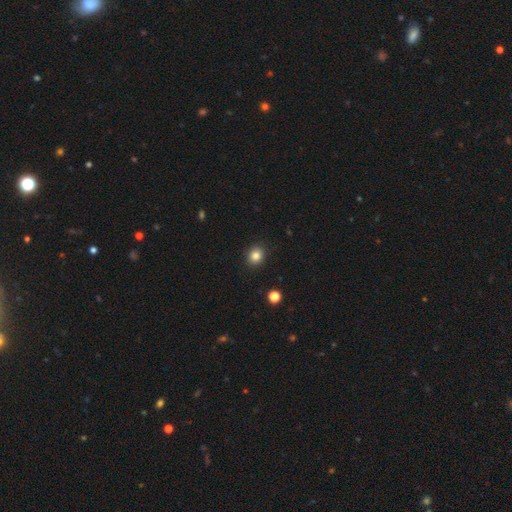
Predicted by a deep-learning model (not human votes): Q: Smooth or featured?
A: smooth (83%); runner-up: star or artifact (11%)
Q: How rounded?
A: round (74%); runner-up: in between (25%)
Q: Merging?
A: none (91%); runner-up: minor disturbance (6%)